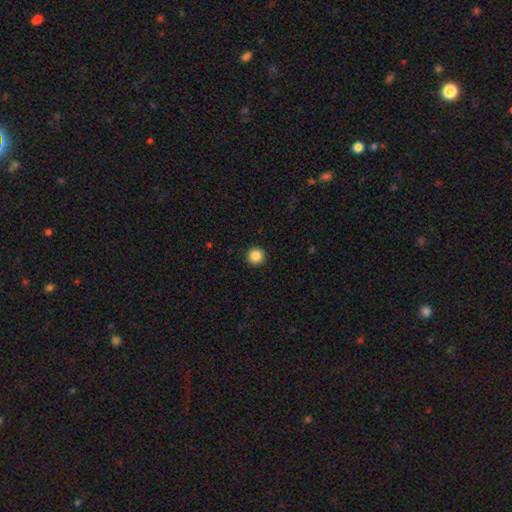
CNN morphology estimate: This is clearly a smooth galaxy (86%). How rounded: clearly round (96%). Merging: clearly none (94%).